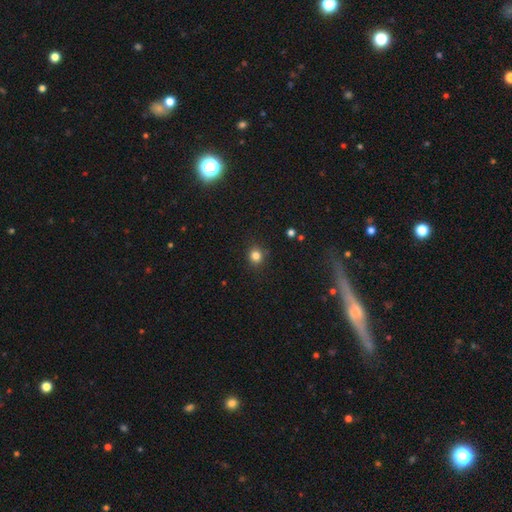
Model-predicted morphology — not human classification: Smooth or featured? Predicted: smooth (p=0.81). How rounded? Predicted: round (p=0.85). Merging? Predicted: none (p=0.87).